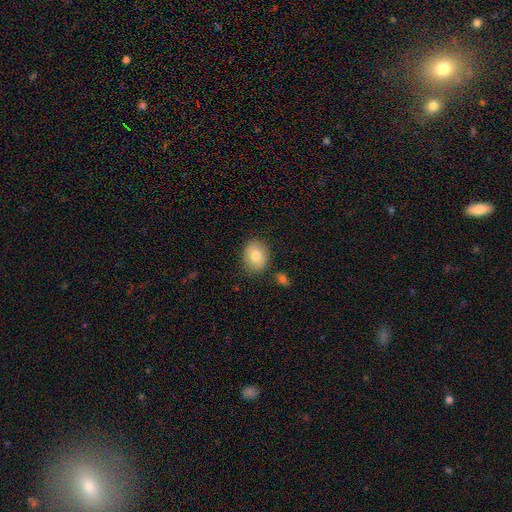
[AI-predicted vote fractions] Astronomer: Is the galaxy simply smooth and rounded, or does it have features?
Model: smooth — 78%.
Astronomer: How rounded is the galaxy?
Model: round — 55% (runner-up: in between, 44%).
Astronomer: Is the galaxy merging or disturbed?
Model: none — 83%.